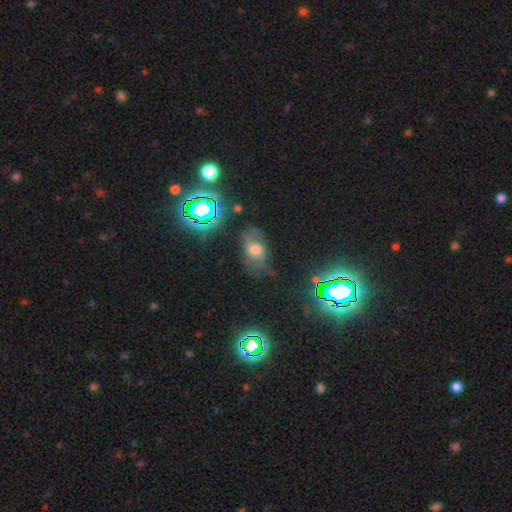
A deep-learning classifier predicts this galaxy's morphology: Smooth or featured? Predicted: star or artifact (p=0.52).